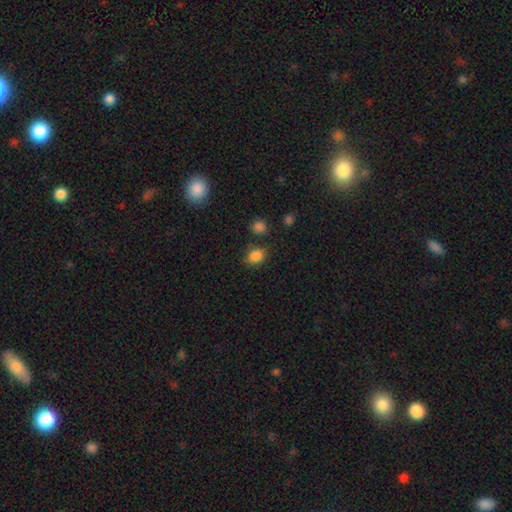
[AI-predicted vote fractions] Smooth or featured?
  - smooth: 85% *
  - star or artifact: 11%
  - featured or disk: 4%
How rounded?
  - in between: 63% *
  - round: 35%
  - cigar-shaped: 1%
Merging?
  - none: 77% *
  - minor disturbance: 13%
  - merger: 6%
  - major disturbance: 4%